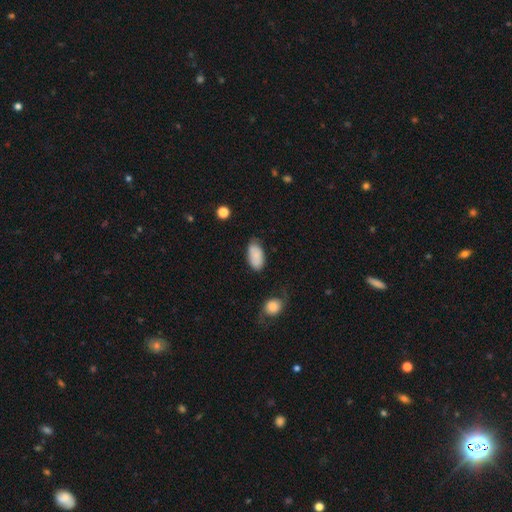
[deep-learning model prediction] Smooth or featured?
  - smooth: 84% *
  - featured or disk: 9%
  - star or artifact: 7%
How rounded?
  - in between: 95% *
  - round: 3%
  - cigar-shaped: 2%
Merging?
  - none: 72% *
  - minor disturbance: 20%
  - major disturbance: 5%
  - merger: 3%